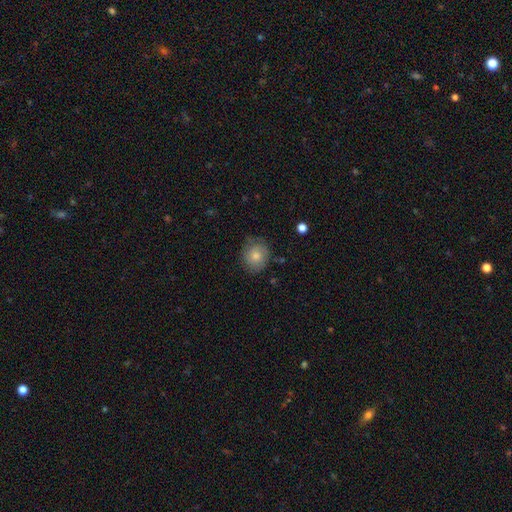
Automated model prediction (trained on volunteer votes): smooth-or-featured: smooth: 77% | featured or disk: 15% | star or artifact: 8%
  how-rounded: round: 79% | in between: 20% | cigar-shaped: 1%
  merging: none: 73% | minor disturbance: 21% | major disturbance: 5% | merger: 2%